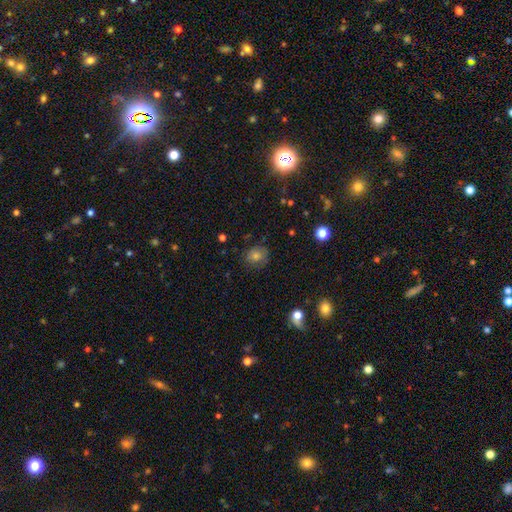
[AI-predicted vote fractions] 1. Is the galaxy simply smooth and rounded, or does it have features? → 59% smooth, 24% star or artifact, 17% featured or disk.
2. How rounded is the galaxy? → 74% round, 25% in between, 1% cigar-shaped.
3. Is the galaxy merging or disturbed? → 79% none, 14% minor disturbance, 6% major disturbance, 2% merger.